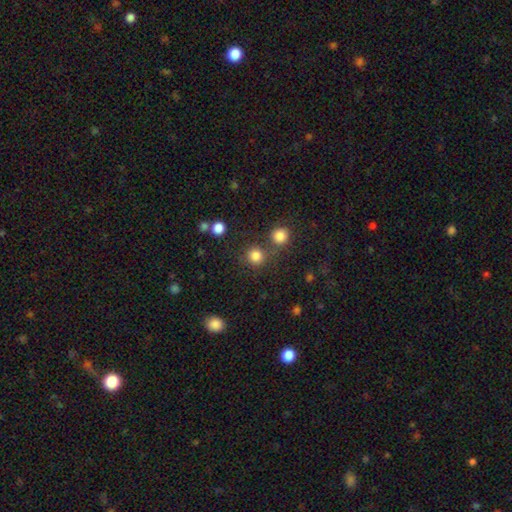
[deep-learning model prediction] Smooth or featured? smooth (83%)
How rounded? round (92%)
Merging? none (75%)